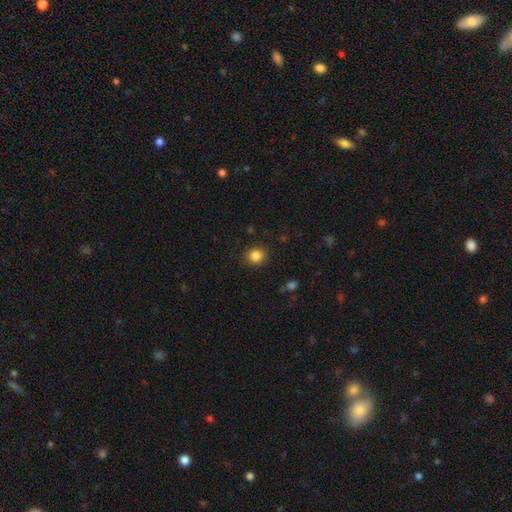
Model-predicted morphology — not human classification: smooth-or-featured: smooth: 85% | star or artifact: 11% | featured or disk: 5%
  how-rounded: round: 81% | in between: 18% | cigar-shaped: 1%
  merging: none: 89% | minor disturbance: 8% | major disturbance: 3% | merger: 1%